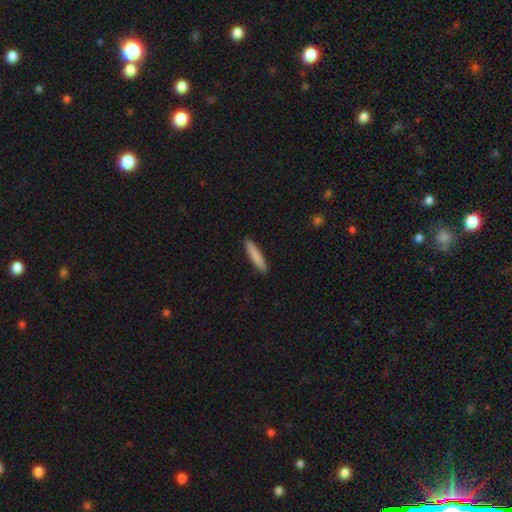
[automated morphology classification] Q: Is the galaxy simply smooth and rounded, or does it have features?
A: smooth — 84%.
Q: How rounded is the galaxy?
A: cigar-shaped — 90%.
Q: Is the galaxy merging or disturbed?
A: none — 90%.